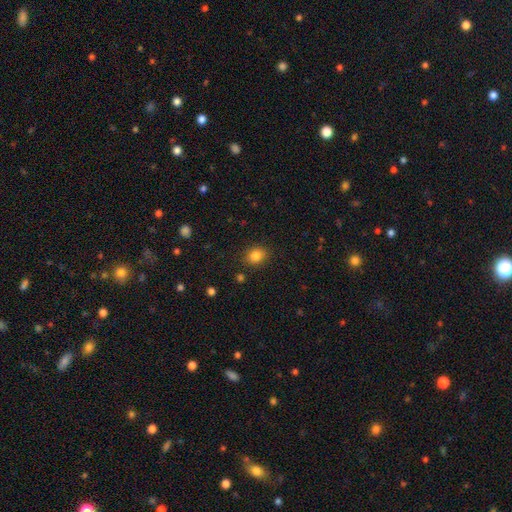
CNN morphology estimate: This is clearly a smooth galaxy (83%). How rounded: possibly round (53%). Merging: clearly none (86%).